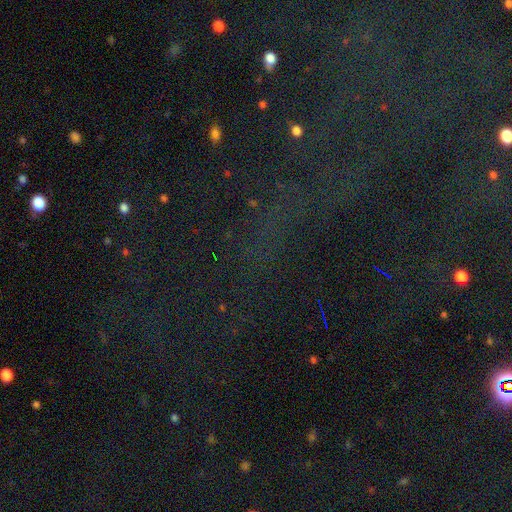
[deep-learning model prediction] This is likely a star or artifact rather than a galaxy (76%).